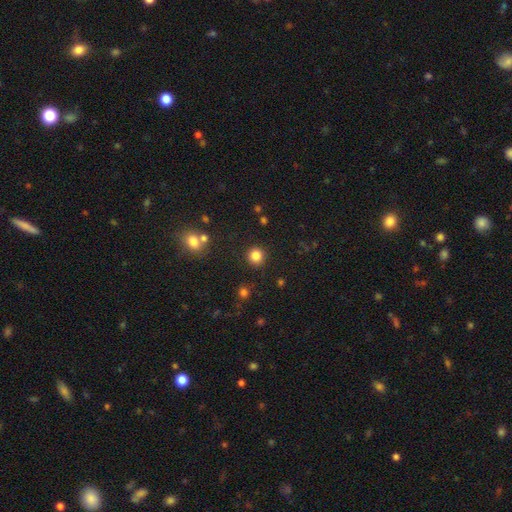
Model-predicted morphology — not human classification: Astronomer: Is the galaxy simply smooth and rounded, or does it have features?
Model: smooth — 84%.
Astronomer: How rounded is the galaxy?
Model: round — 93%.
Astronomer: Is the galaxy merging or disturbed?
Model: none — 91%.